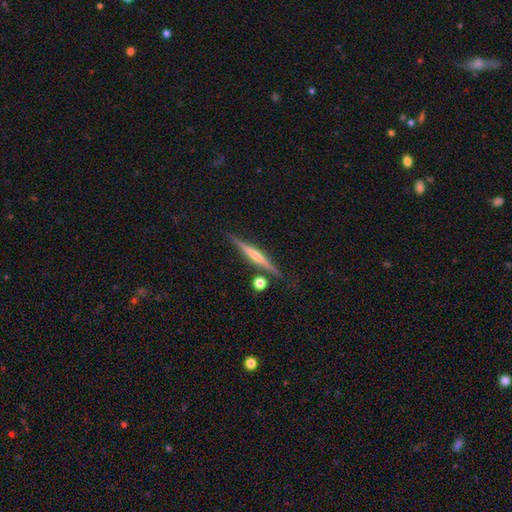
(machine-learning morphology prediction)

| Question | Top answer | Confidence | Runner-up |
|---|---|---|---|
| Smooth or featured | featured or disk | 73% | smooth (20%) |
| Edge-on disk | yes | 98% | no (2%) |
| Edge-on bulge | rounded | 67% | none (24%) |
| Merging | none | 85% | minor disturbance (9%) |